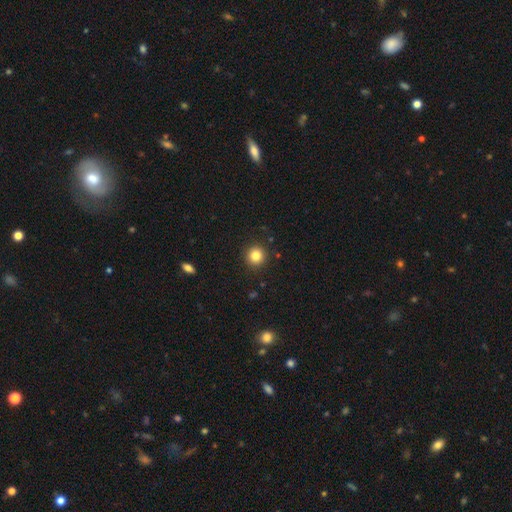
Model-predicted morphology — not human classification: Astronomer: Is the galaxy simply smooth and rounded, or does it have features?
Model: smooth — 83%.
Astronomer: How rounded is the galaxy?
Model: round — 94%.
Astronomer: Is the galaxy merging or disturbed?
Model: none — 91%.